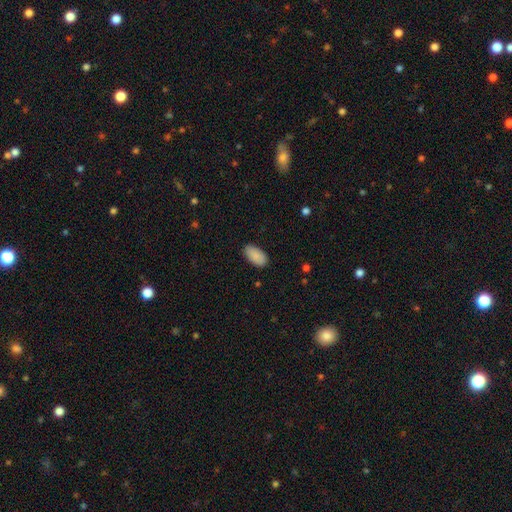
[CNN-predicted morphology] Smooth or featured? Predicted: smooth (p=0.90). How rounded? Predicted: in between (p=0.95). Merging? Predicted: none (p=0.87).